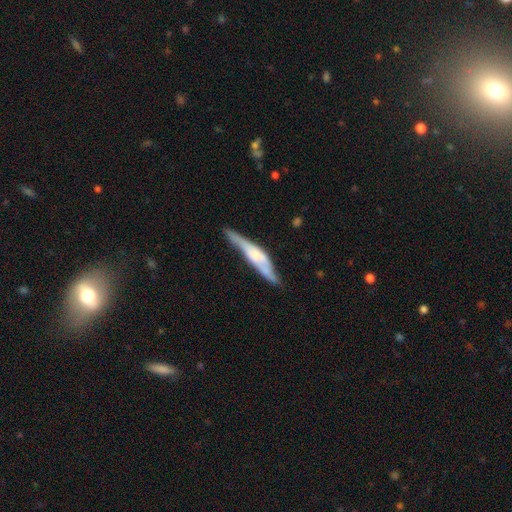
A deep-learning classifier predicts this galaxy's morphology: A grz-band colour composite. It shows a featured or disk galaxy (58%) viewed edge-on (85%). Merging: none (62%).